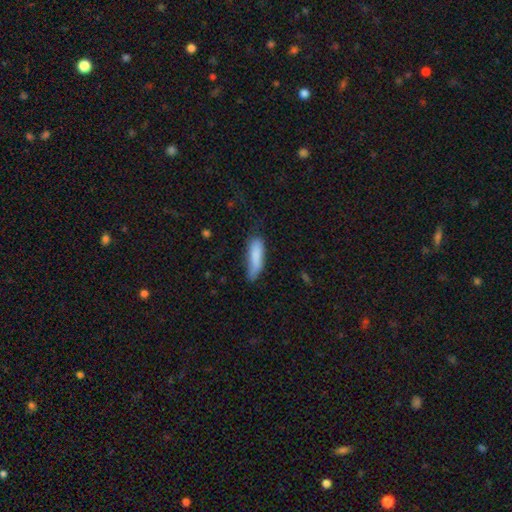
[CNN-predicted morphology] This appears to be a smooth galaxy with no disk features (83%) that is cigar-shaped (62%). Merging: none (51%).